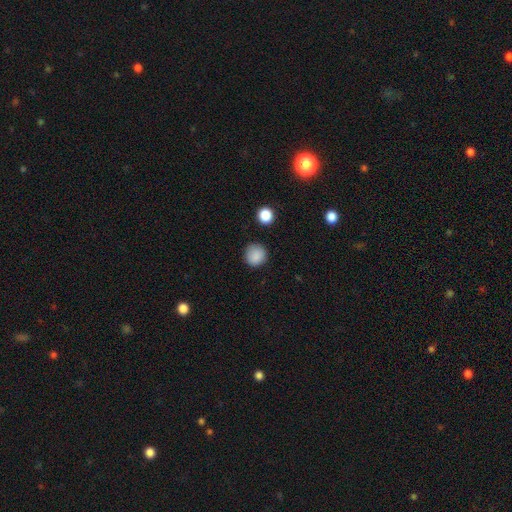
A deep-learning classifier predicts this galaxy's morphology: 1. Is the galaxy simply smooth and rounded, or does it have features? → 87% smooth, 10% star or artifact, 3% featured or disk.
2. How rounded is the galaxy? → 92% round, 7% in between, 1% cigar-shaped.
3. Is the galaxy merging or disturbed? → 86% none, 10% minor disturbance, 3% major disturbance, 2% merger.